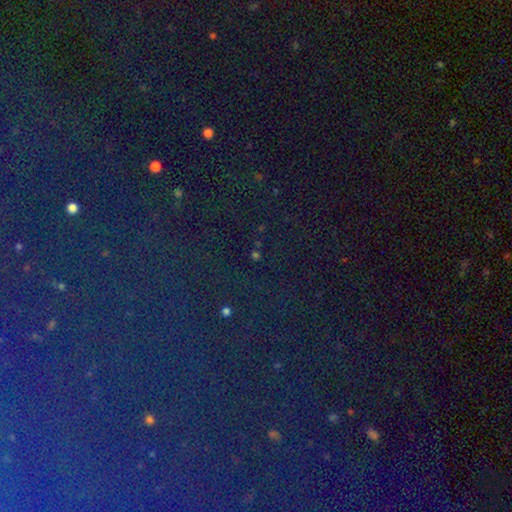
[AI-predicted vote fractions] star or artifact 74%, smooth 18%, featured or disk 9%.